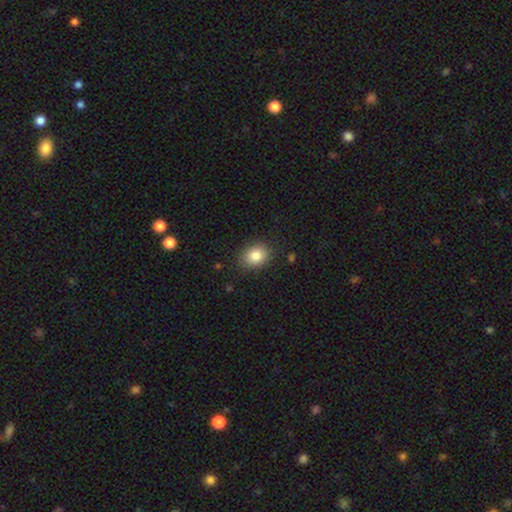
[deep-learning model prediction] A smooth galaxy with no disk features (84%) that is in between round and cigar-shaped (55%).

Vote fractions:
- Smooth or featured? smooth: 84% / star or artifact: 9% / featured or disk: 7%
- How rounded? in between: 55% / round: 44% / cigar-shaped: 1%
- Merging? none: 86% / minor disturbance: 10% / major disturbance: 3% / merger: 1%